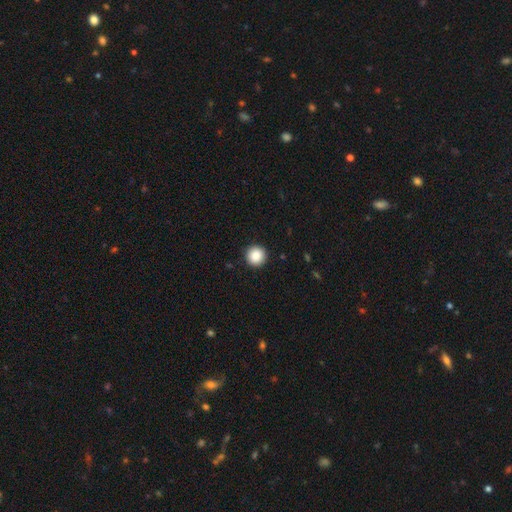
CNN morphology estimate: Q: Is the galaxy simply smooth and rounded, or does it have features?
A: smooth — 87%.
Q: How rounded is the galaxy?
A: round — 96%.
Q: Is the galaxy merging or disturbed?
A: none — 93%.